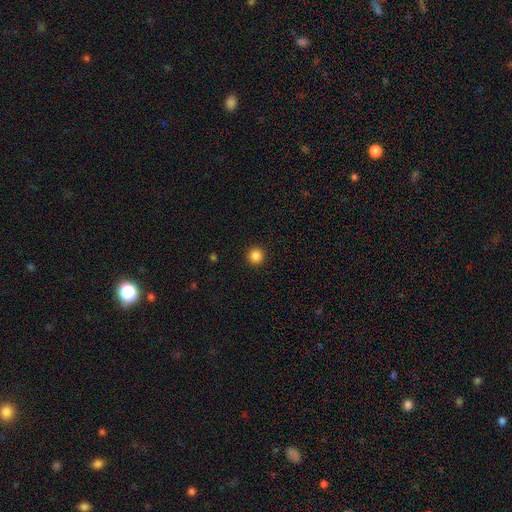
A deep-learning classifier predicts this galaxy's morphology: smooth_or_featured: smooth (p=0.86) [alt: star or artifact p=0.11]
how_rounded: round (p=0.95) [alt: in between p=0.04]
merging: none (p=0.93) [alt: minor disturbance p=0.05]